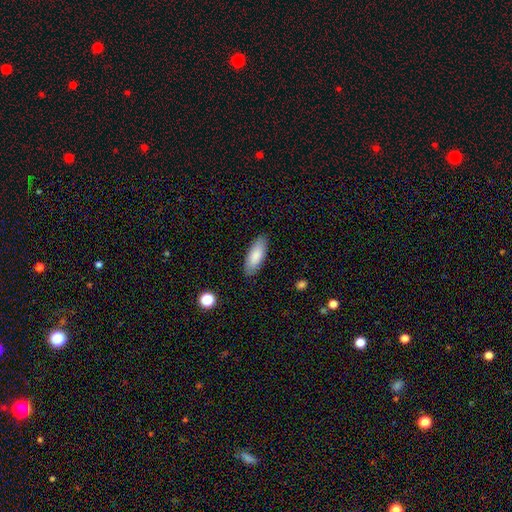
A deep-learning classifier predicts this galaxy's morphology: A smooth galaxy with no disk features (86%) that is in between round and cigar-shaped (77%). Merging: none (88%).